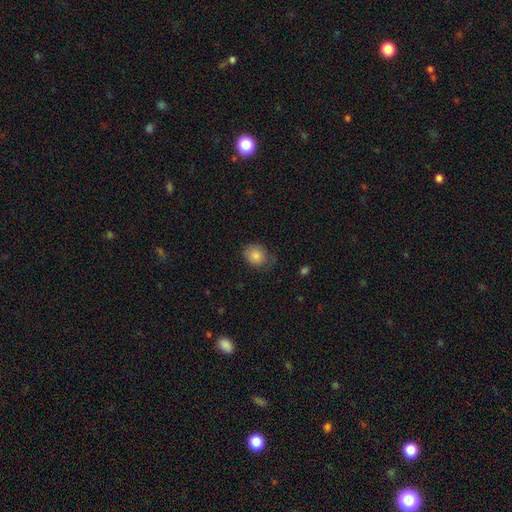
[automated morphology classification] This appears to be a smooth galaxy with no disk features (84%) that is round (52%). Merging: none (59%).